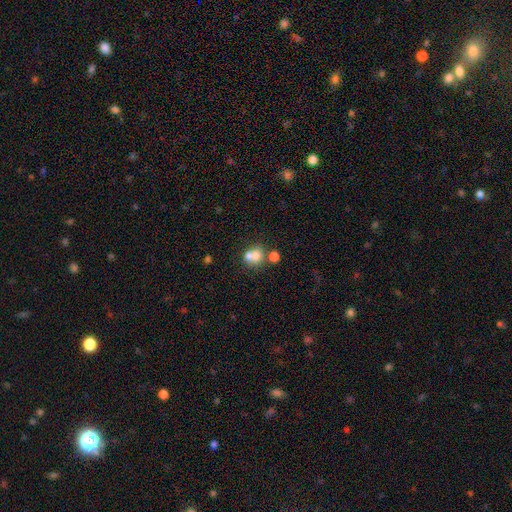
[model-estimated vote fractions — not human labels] Q: Smooth or featured?
A: smooth (69%); runner-up: featured or disk (19%)
Q: How rounded?
A: round (73%); runner-up: in between (26%)
Q: Merging?
A: merger (56%); runner-up: none (33%)